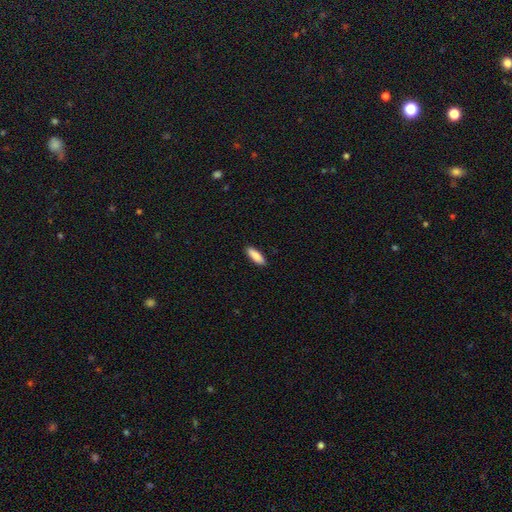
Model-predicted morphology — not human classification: type=smooth (87%); roundness=in between (54%); merging=none (90%).